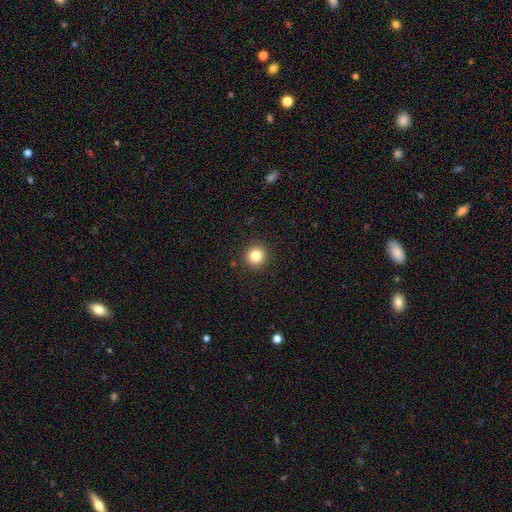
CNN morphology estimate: smooth_or_featured: smooth (p=0.82) [alt: star or artifact p=0.12]
how_rounded: round (p=0.94) [alt: in between p=0.05]
merging: none (p=0.92) [alt: minor disturbance p=0.05]